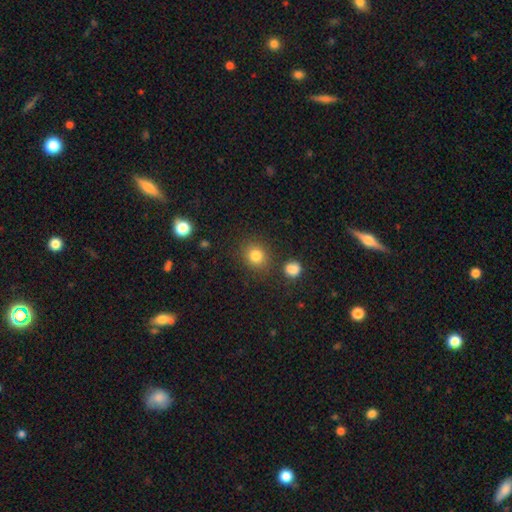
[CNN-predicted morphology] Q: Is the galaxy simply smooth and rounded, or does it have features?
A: smooth — 82%.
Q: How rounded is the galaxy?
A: round — 78%.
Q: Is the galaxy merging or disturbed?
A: none — 83%.